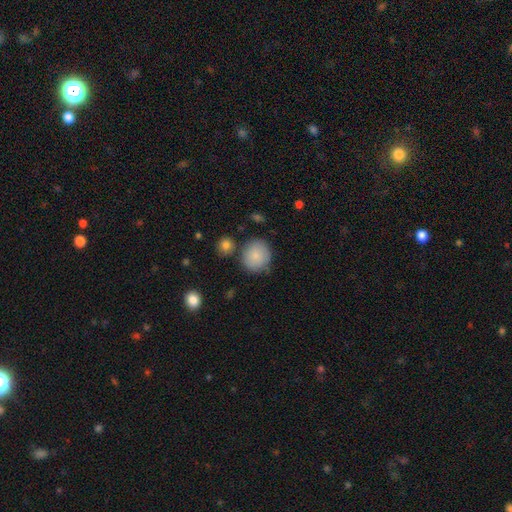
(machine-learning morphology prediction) Overall: smooth (84%). How rounded: round (83%). Merging: none (75%).